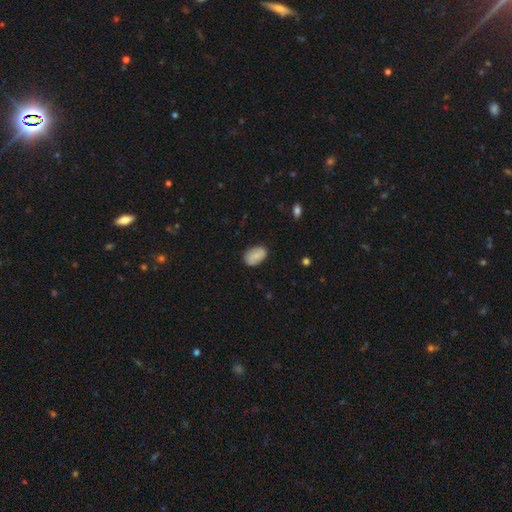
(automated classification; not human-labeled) Smooth or featured? smooth (78%)
How rounded? in between (91%)
Merging? none (81%)